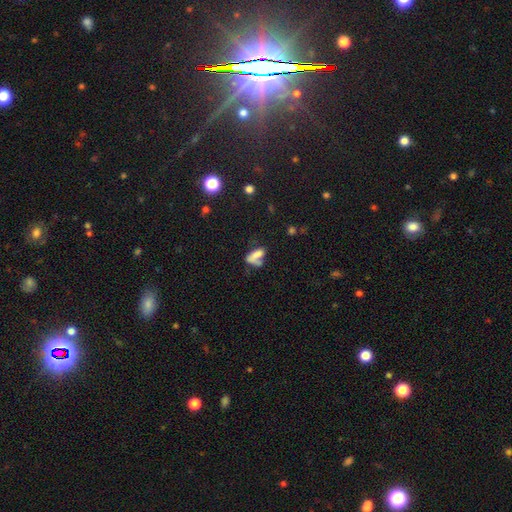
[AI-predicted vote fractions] smooth 64%, featured or disk 22%, star or artifact 14%. Down the decision tree: how rounded — in between (76%); merging — merger (40%).